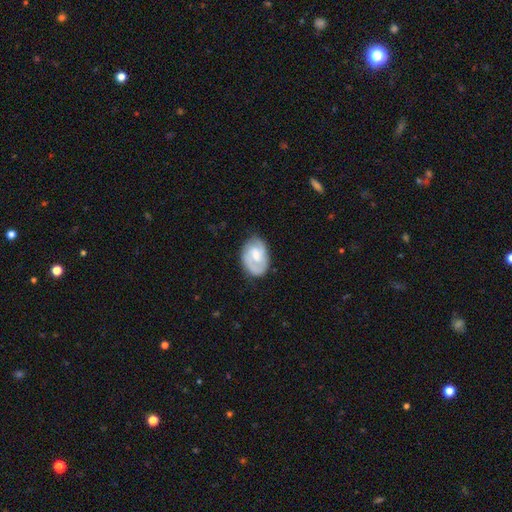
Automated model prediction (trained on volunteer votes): This appears to be a featured or disk galaxy (63%) with a weak bar (48%), 2 (57%) tight (45%) spiral arms (87%) and a moderate central bulge (45%). Merging: none (71%).